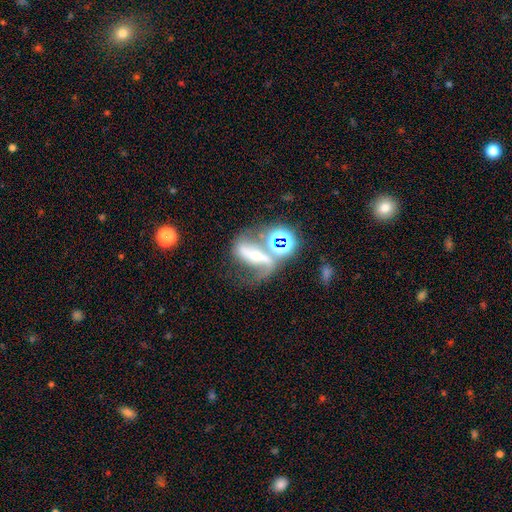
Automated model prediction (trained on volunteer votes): This appears to be a featured or disk galaxy (61%) with a strong bar (52%), spiral arms (77%) and a small central bulge (44%). Merging: none (37%).